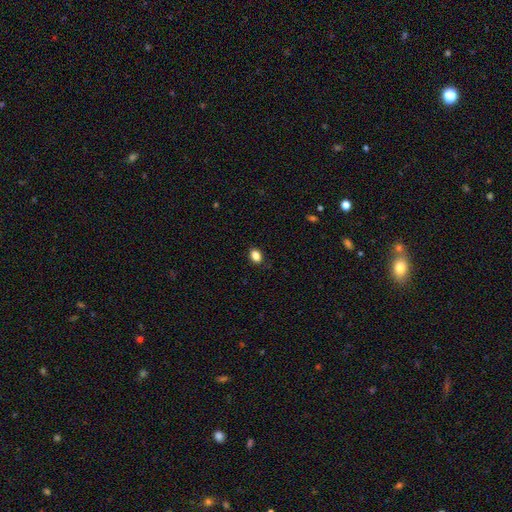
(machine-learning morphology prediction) The model was most divided on "how rounded": in between: 75%, round: 24%, cigar-shaped: 1%. More confident: merging — none (89%); smooth or featured — smooth (87%).